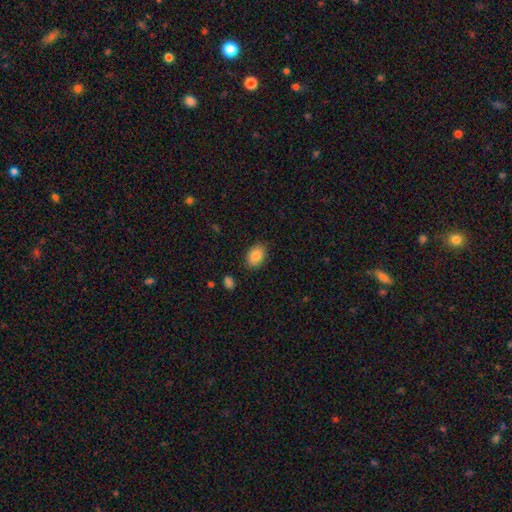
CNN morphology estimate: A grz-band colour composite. It shows a smooth galaxy with no disk features (87%) that is in between round and cigar-shaped (82%). Merging: none (85%).